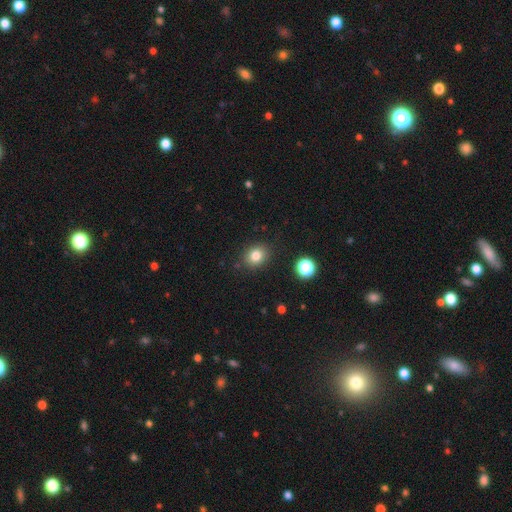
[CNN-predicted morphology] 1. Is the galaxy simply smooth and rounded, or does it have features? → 81% smooth, 12% star or artifact, 7% featured or disk.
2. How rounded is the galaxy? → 58% round, 41% in between, 1% cigar-shaped.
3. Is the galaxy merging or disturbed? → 86% none, 9% minor disturbance, 3% major disturbance, 2% merger.